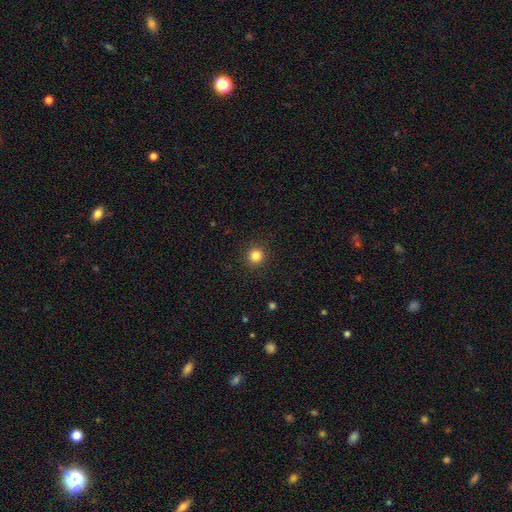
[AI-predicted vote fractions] Smooth or featured?
  - smooth: 84% *
  - star or artifact: 12%
  - featured or disk: 4%
How rounded?
  - round: 94% *
  - in between: 5%
  - cigar-shaped: 1%
Merging?
  - none: 92% *
  - minor disturbance: 5%
  - major disturbance: 2%
  - merger: 1%